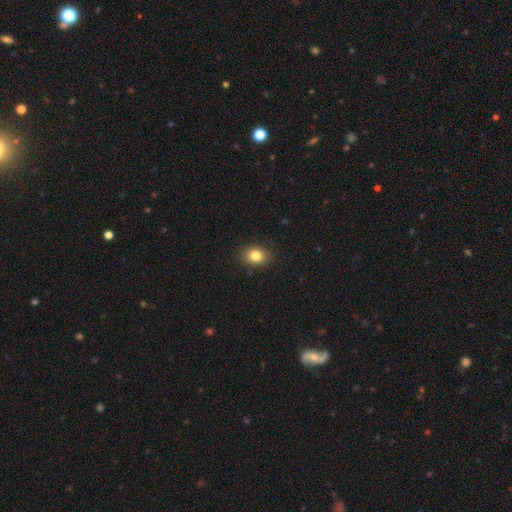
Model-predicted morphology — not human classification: Q: Smooth or featured?
A: smooth (83%); runner-up: star or artifact (10%)
Q: How rounded?
A: in between (53%); runner-up: round (46%)
Q: Merging?
A: none (88%); runner-up: minor disturbance (9%)